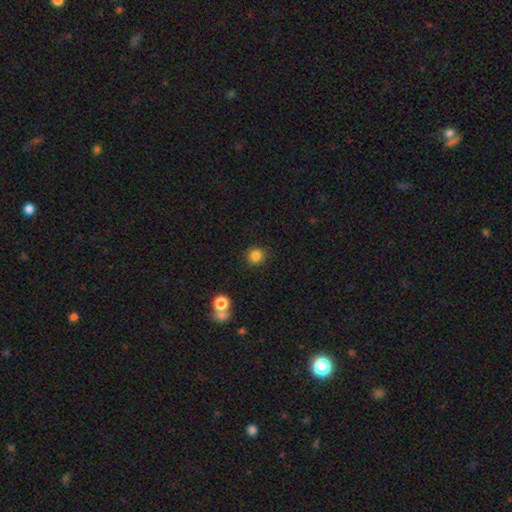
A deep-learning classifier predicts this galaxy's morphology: smooth-or-featured: smooth: 84% | star or artifact: 12% | featured or disk: 4%
  how-rounded: round: 92% | in between: 7% | cigar-shaped: 1%
  merging: none: 90% | minor disturbance: 6% | major disturbance: 2% | merger: 2%